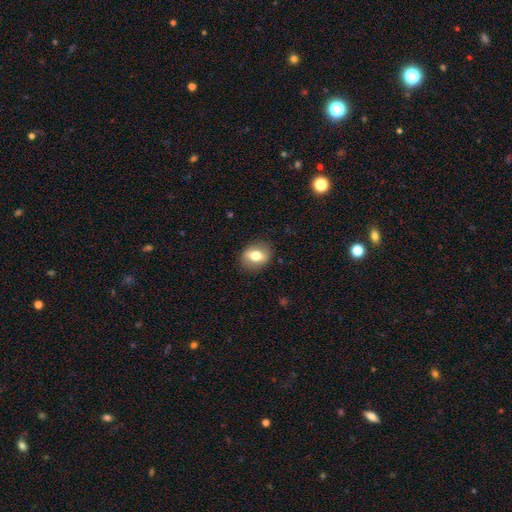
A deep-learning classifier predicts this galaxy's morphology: smooth-or-featured: smooth: 67% | featured or disk: 24% | star or artifact: 8%
  how-rounded: in between: 59% | round: 39% | cigar-shaped: 2%
  merging: none: 85% | minor disturbance: 11% | major disturbance: 3% | merger: 1%